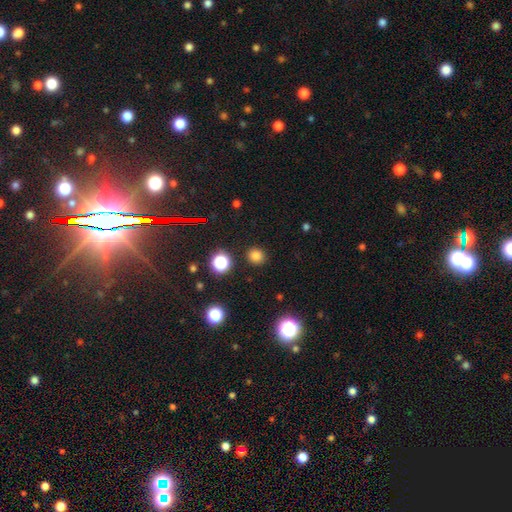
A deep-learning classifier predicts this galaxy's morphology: Smooth or featured: smooth — 79% (star or artifact — 17%)
How rounded: round — 89% (in between — 10%)
Merging: none — 90% (minor disturbance — 6%)